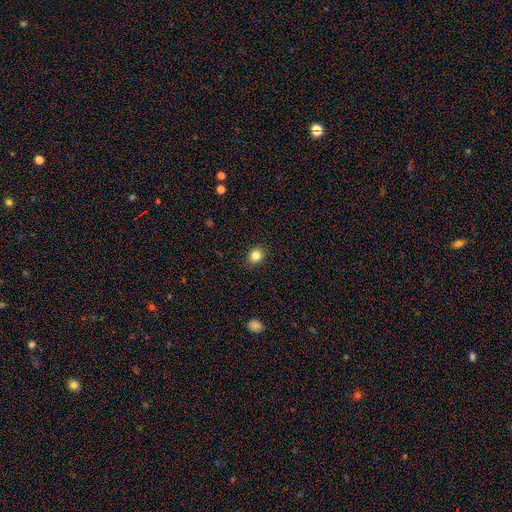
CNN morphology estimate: This is clearly a smooth galaxy (83%). How rounded: likely round (70%). Merging: clearly none (90%).